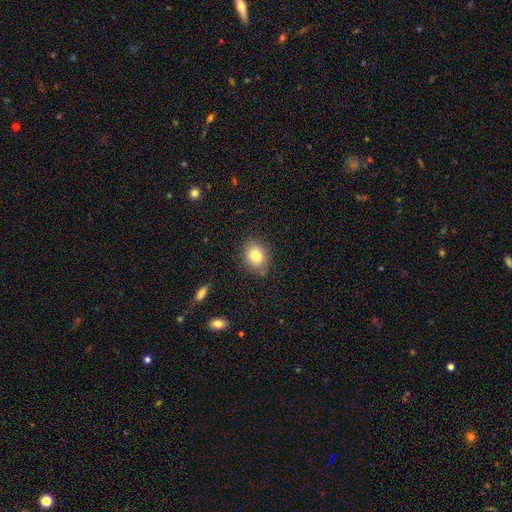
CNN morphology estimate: A smooth galaxy with no disk features (81%) that is in between round and cigar-shaped (51%).

Vote fractions:
- Smooth or featured? smooth: 81% / star or artifact: 10% / featured or disk: 9%
- How rounded? in between: 51% / round: 48% / cigar-shaped: 1%
- Merging? none: 83% / minor disturbance: 12% / major disturbance: 3% / merger: 2%